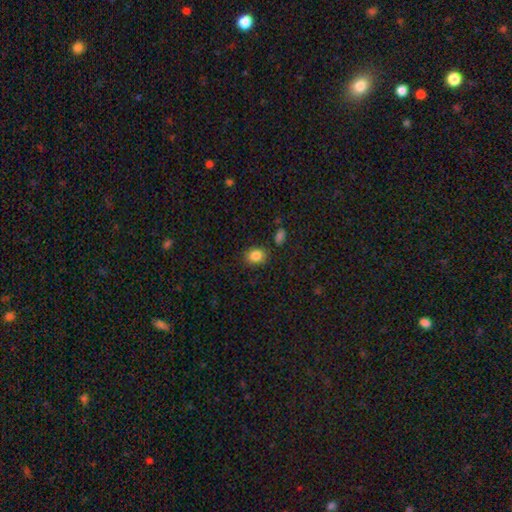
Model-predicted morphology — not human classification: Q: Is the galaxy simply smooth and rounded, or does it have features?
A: smooth — 85%.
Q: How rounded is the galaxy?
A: in between — 50%.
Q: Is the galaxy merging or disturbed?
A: none — 83%.